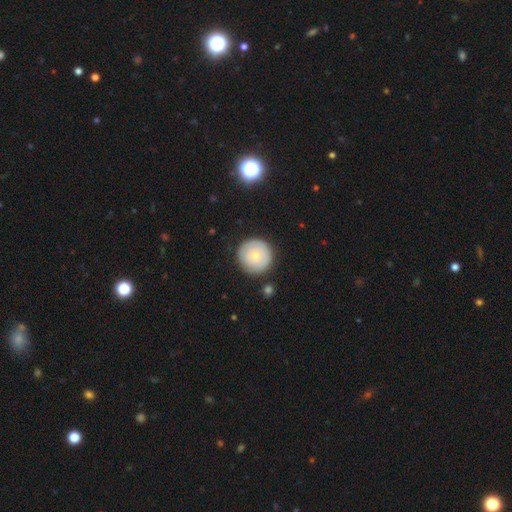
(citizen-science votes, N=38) Smooth or featured? 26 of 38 (68%) said smooth. How rounded? 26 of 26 (100%) said round. Merging? 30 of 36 (83%) said none.